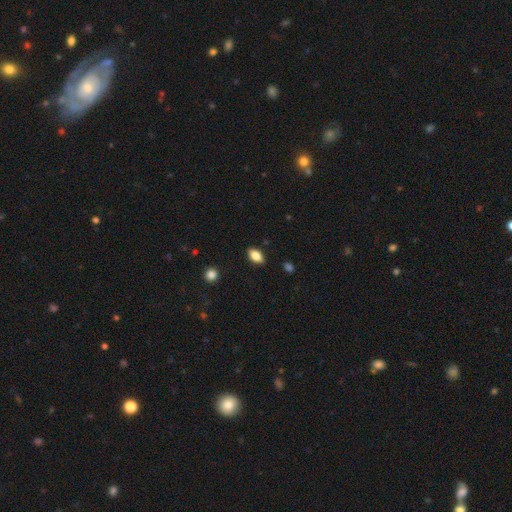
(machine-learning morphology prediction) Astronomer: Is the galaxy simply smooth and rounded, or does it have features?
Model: smooth — 84%.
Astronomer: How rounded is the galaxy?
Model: in between — 90%.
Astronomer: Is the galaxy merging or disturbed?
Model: none — 87%.